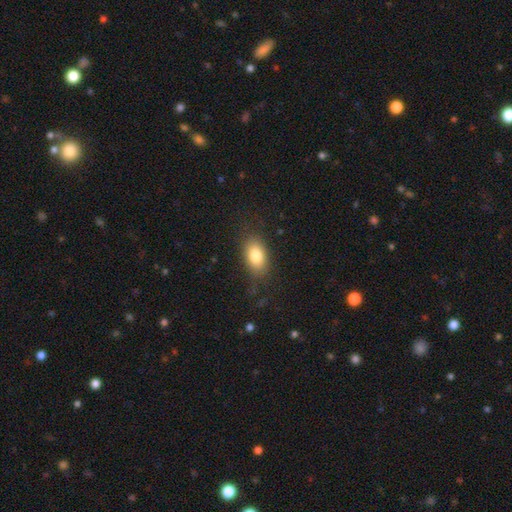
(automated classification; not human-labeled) Morphology: type=smooth (82%); roundness=in between (87%); merging=none (80%).